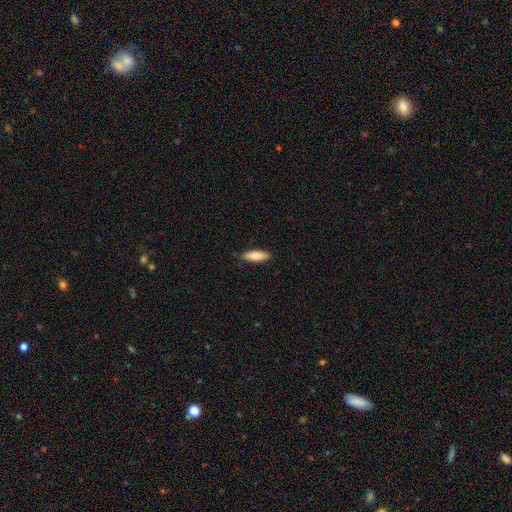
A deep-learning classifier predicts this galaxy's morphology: Smooth or featured: smooth — 84% (featured or disk — 10%)
How rounded: cigar-shaped — 56% (in between — 42%)
Merging: none — 89% (minor disturbance — 8%)